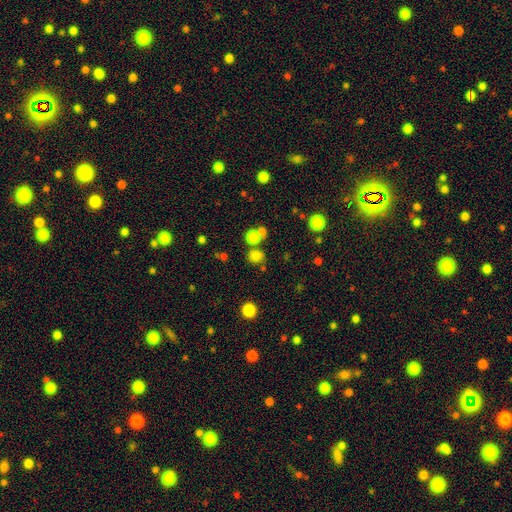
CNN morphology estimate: smooth 77%, star or artifact 17%, featured or disk 6%. Down the decision tree: how rounded — round (77%); merging — none (68%).